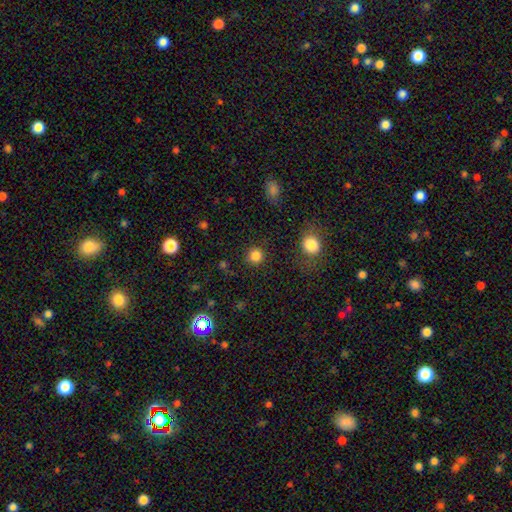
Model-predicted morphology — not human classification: A smooth galaxy with no disk features (83%) that is round (93%). Merging: none (89%).